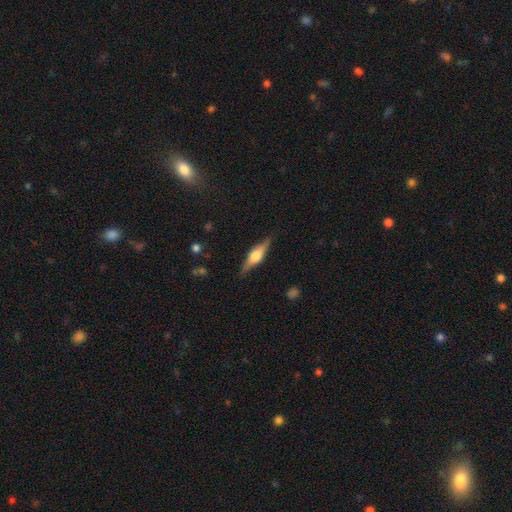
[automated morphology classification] type=featured or disk (63%); edge-on=yes (96%); edge-on bulge=rounded (86%); merging=none (86%).